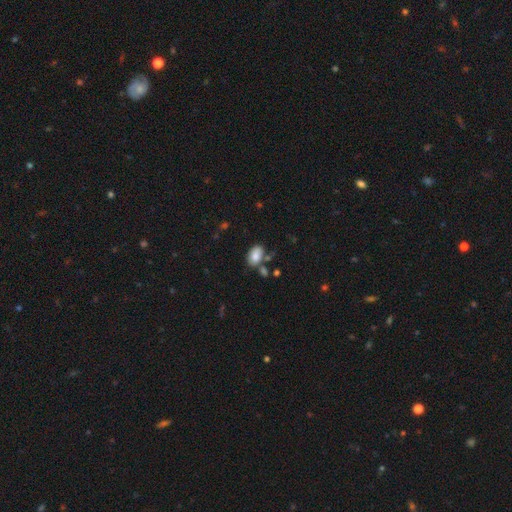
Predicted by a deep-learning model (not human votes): Morphology: type=smooth (82%); roundness=in between (89%); merging=none (56%).